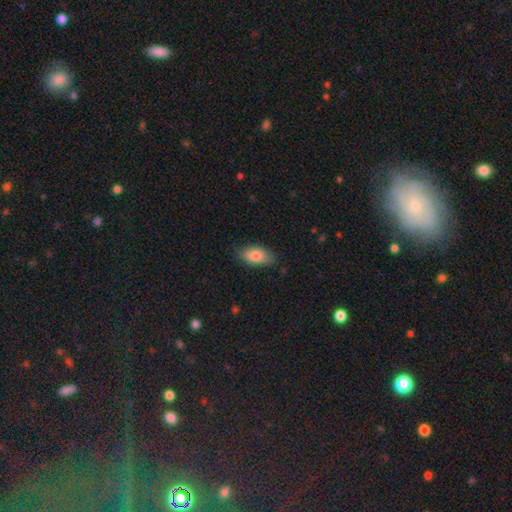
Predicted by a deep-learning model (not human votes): Q: Smooth or featured?
A: smooth (80%); runner-up: featured or disk (13%)
Q: How rounded?
A: in between (90%); runner-up: cigar-shaped (5%)
Q: Merging?
A: none (76%); runner-up: minor disturbance (19%)